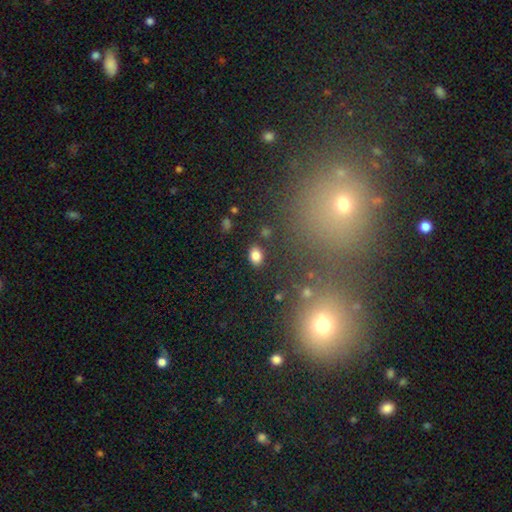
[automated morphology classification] smooth-or-featured: smooth: 83% | star or artifact: 11% | featured or disk: 6%
  how-rounded: in between: 78% | round: 20% | cigar-shaped: 1%
  merging: none: 86% | minor disturbance: 9% | major disturbance: 3% | merger: 2%